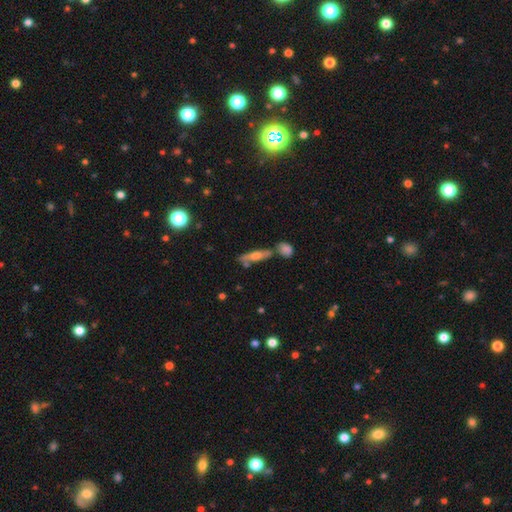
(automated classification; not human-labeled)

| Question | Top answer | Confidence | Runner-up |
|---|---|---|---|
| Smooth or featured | smooth | 48% | featured or disk (43%) |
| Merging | none | 67% | merger (15%) |